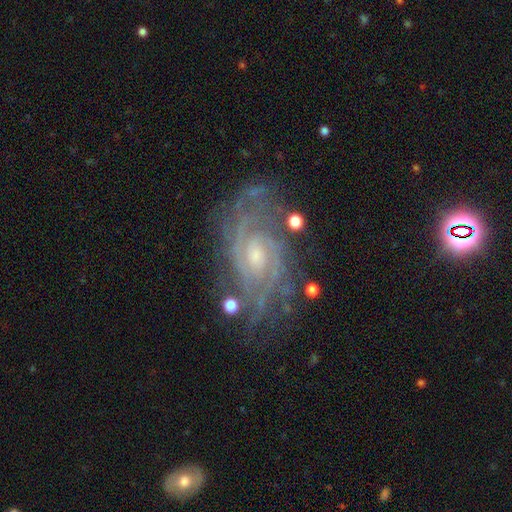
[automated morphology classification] Smooth or featured? featured or disk (88%)
Edge-on disk? no (96%)
Bar? no (50%)
Spiral arms? yes (97%)
Spiral winding? tight (67%)
Spiral arm count? 2 (34%)
Bulge size? small (55%)
Merging? none (73%)